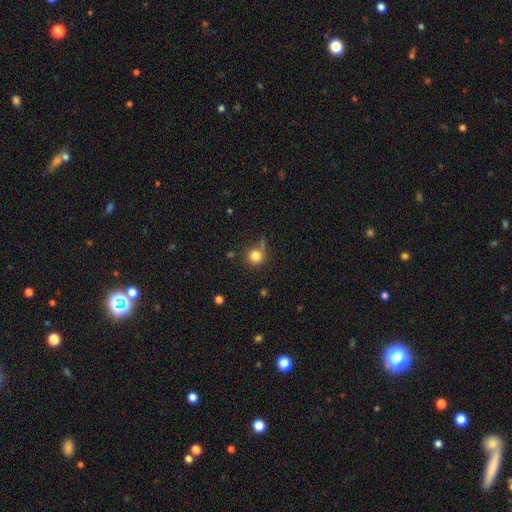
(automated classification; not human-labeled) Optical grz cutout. It shows a smooth galaxy with no disk features (81%) that is round (89%). Merging: none (61%).